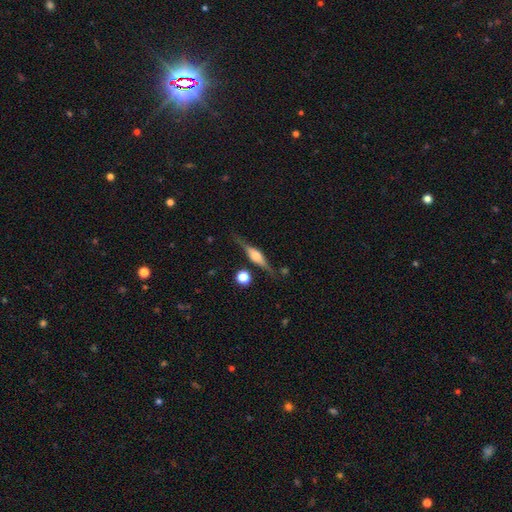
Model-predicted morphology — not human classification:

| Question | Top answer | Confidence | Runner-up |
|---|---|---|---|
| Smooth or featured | featured or disk | 77% | smooth (16%) |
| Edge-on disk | yes | 97% | no (3%) |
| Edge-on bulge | rounded | 79% | boxy (18%) |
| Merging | none | 82% | minor disturbance (12%) |